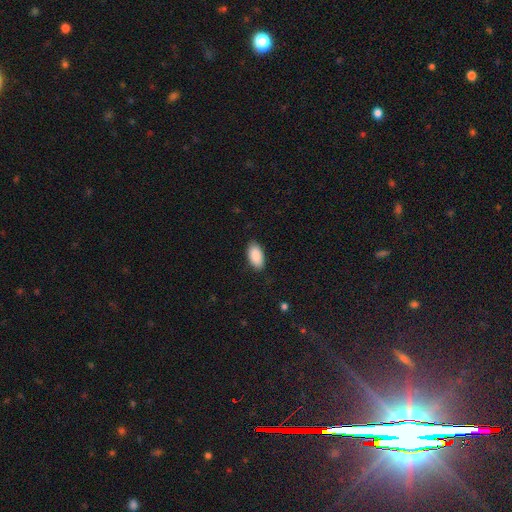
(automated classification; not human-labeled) Morphology: type=smooth (91%); roundness=in between (95%); merging=none (86%).